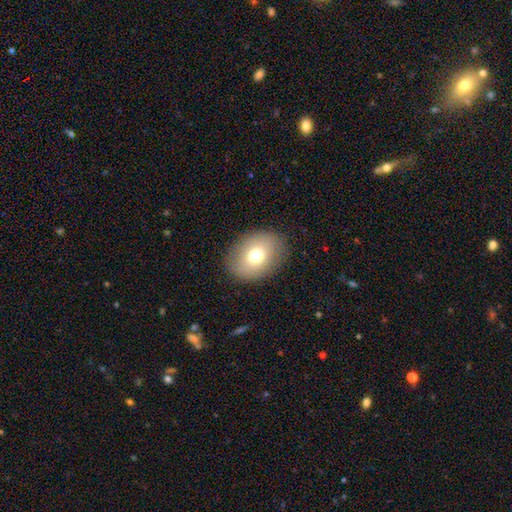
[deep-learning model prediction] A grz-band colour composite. It shows a smooth galaxy with no disk features (73%) that is in between round and cigar-shaped (69%). Merging: none (87%).